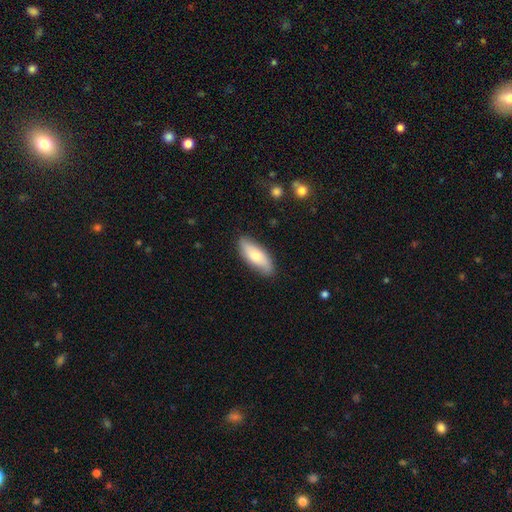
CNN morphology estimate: smooth-or-featured: smooth: 66% | featured or disk: 29% | star or artifact: 6%
  how-rounded: in between: 73% | cigar-shaped: 24% | round: 3%
  merging: none: 85% | minor disturbance: 11% | major disturbance: 2% | merger: 1%